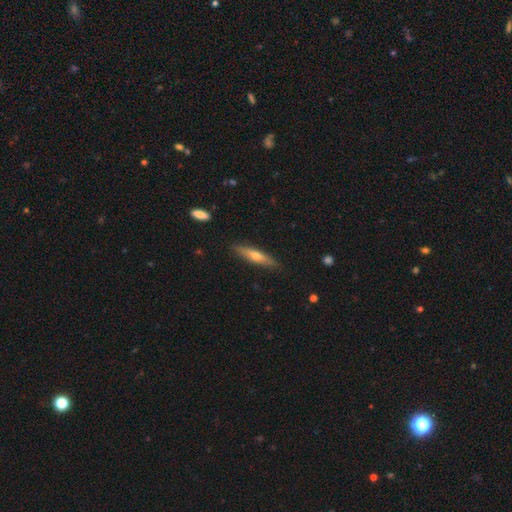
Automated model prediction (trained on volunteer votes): smooth_or_featured: smooth (p=0.51) [alt: featured or disk p=0.43]
how_rounded: cigar-shaped (p=0.82) [alt: in between p=0.16]
merging: none (p=0.85) [alt: minor disturbance p=0.12]